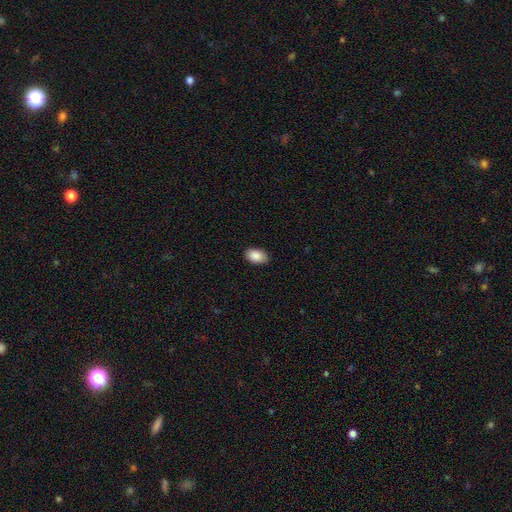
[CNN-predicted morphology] A smooth galaxy with no disk features (88%) that is in between round and cigar-shaped (92%).

Vote fractions:
- Smooth or featured? smooth: 88% / star or artifact: 7% / featured or disk: 5%
- How rounded? in between: 92% / round: 7% / cigar-shaped: 1%
- Merging? none: 86% / minor disturbance: 11% / major disturbance: 2% / merger: 1%